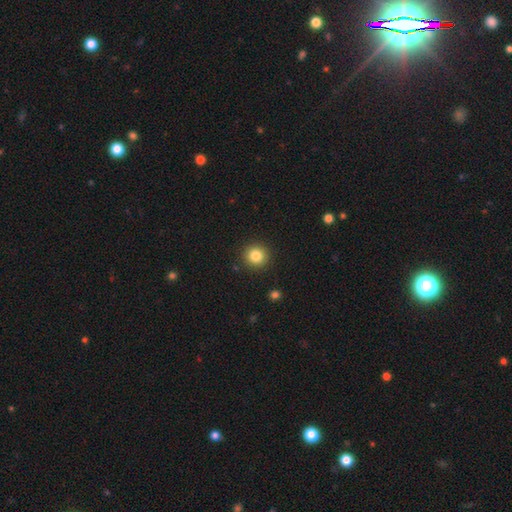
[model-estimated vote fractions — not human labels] A smooth galaxy with no disk features (84%) that is round (93%). Merging: none (91%).